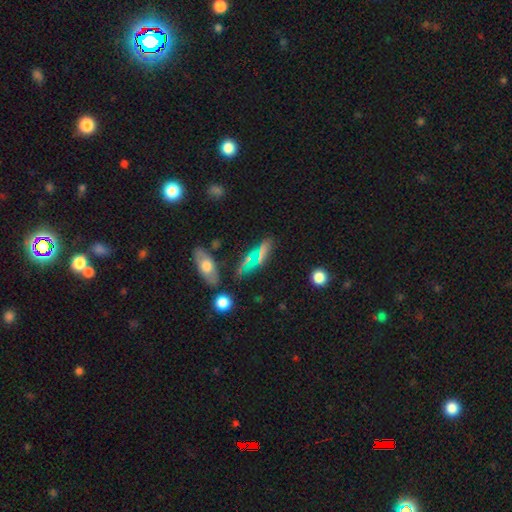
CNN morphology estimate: Smooth or featured? Predicted: smooth (p=0.52). How rounded? Predicted: in between (p=0.54). Merging? Predicted: none (p=0.76).